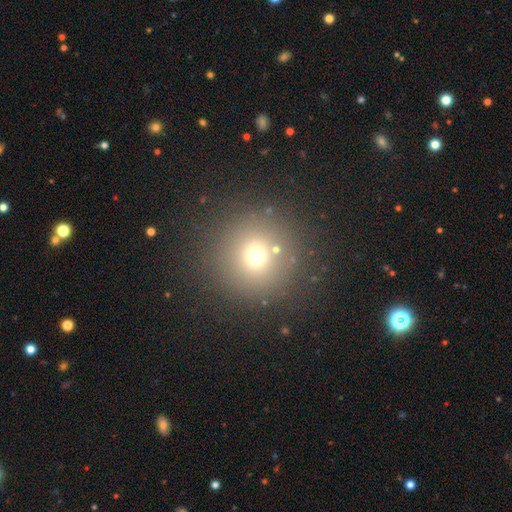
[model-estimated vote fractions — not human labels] A smooth galaxy with no disk features (68%) that is round (95%). Merging: none (86%).